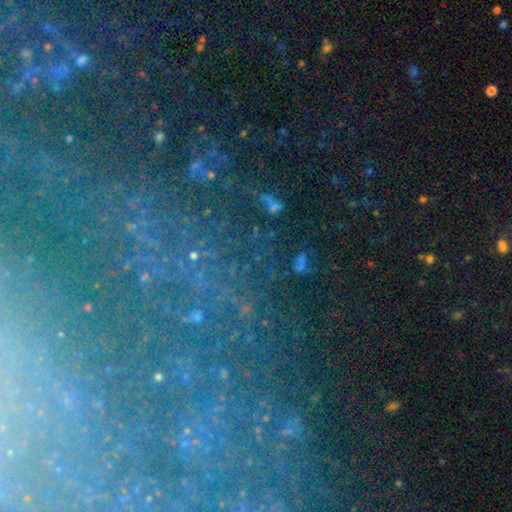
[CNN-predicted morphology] star or artifact 62%, featured or disk 25%, smooth 14%.